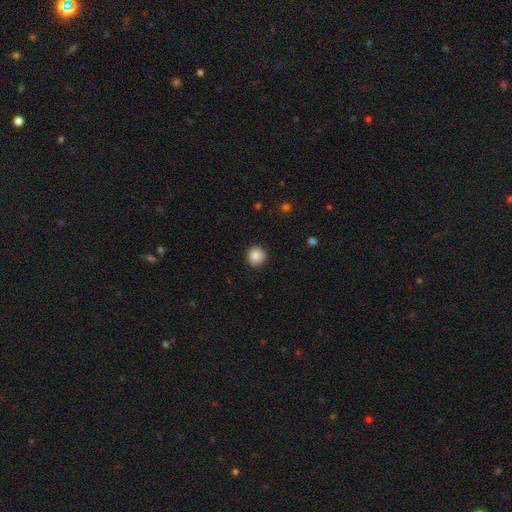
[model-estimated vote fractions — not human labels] Q: Smooth or featured?
A: smooth (87%); runner-up: star or artifact (9%)
Q: How rounded?
A: round (92%); runner-up: in between (7%)
Q: Merging?
A: none (89%); runner-up: minor disturbance (8%)